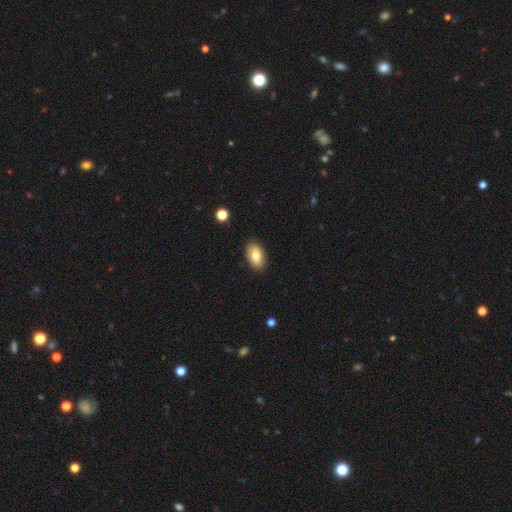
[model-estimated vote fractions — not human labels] Smooth or featured? smooth (80%)
How rounded? in between (93%)
Merging? none (88%)